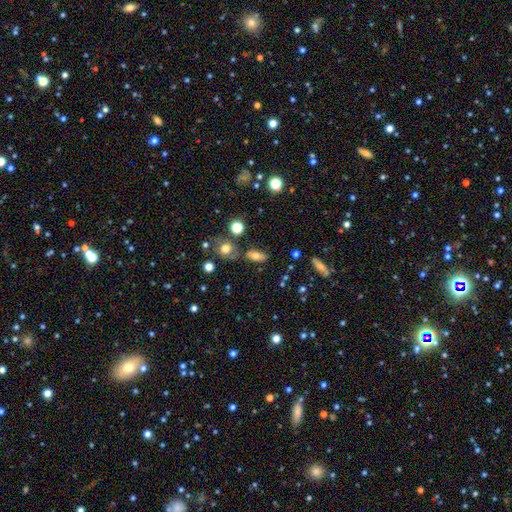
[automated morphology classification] This is likely a smooth galaxy (66%). How rounded: clearly in between (81%). Merging: likely none (69%).